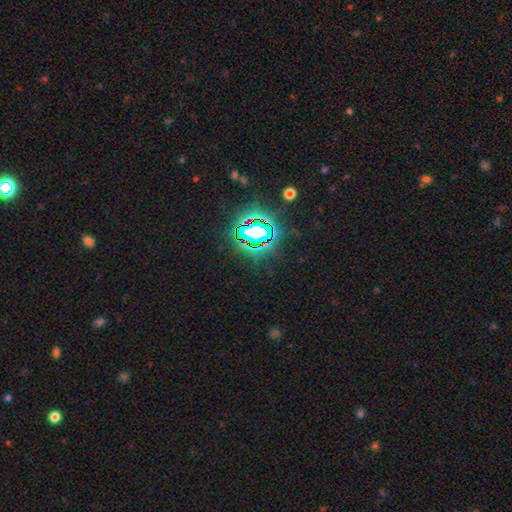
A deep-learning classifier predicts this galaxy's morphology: The model was most divided on "smooth or featured": star or artifact: 83%, smooth: 11%, featured or disk: 6%.